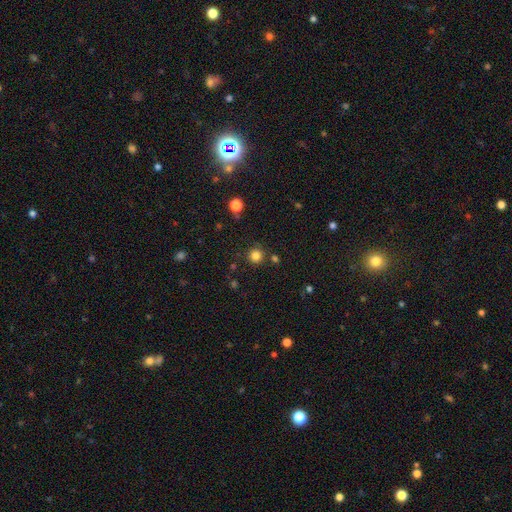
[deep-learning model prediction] A smooth galaxy with no disk features (82%) that is round (94%). Merging: none (84%).